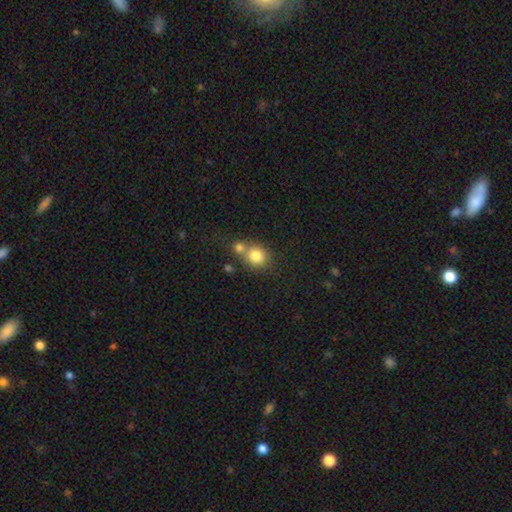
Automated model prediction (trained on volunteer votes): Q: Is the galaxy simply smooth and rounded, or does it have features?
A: smooth — 81%.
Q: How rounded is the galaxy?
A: round — 81%.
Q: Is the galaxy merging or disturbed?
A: merger — 45%.